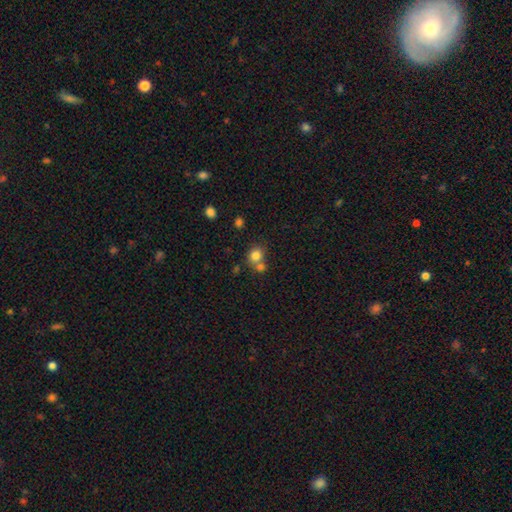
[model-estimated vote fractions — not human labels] A smooth galaxy with no disk features (80%) that is round (78%).

Vote fractions:
- Smooth or featured? smooth: 80% / star or artifact: 12% / featured or disk: 8%
- How rounded? round: 78% / in between: 21% / cigar-shaped: 1%
- Merging? none: 51% / merger: 37% / minor disturbance: 8% / major disturbance: 3%